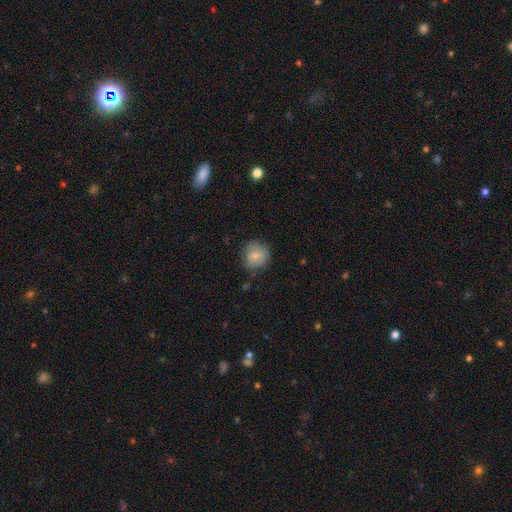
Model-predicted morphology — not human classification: This is clearly a smooth galaxy (82%). How rounded: clearly round (85%). Merging: likely none (75%).